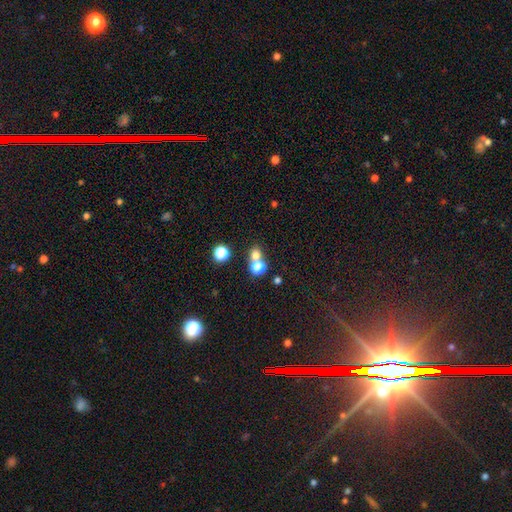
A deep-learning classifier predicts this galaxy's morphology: Smooth or featured?
  - smooth: 72% *
  - star or artifact: 18%
  - featured or disk: 9%
How rounded?
  - round: 80% *
  - in between: 19%
  - cigar-shaped: 1%
Merging?
  - none: 48% *
  - merger: 43%
  - minor disturbance: 6%
  - major disturbance: 3%